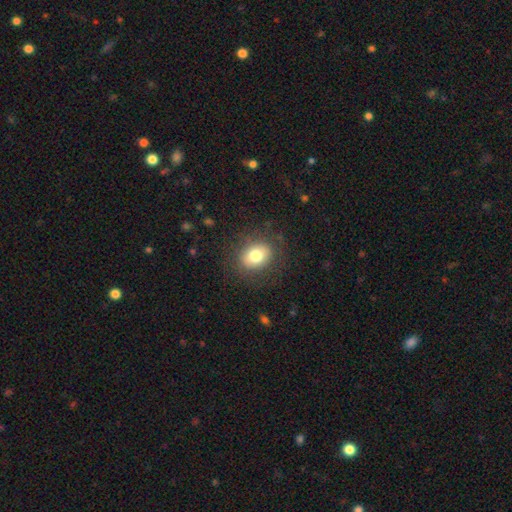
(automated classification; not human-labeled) A smooth galaxy with no disk features (77%) that is round (54%). Merging: none (83%).